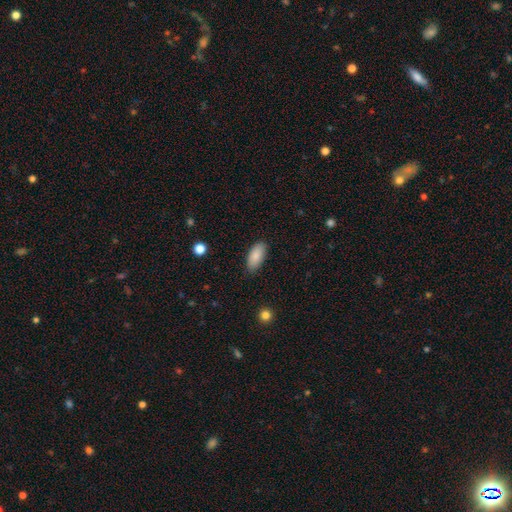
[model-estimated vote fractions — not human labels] Smooth or featured: smooth — 88% (star or artifact — 6%)
How rounded: in between — 89% (cigar-shaped — 9%)
Merging: none — 85% (minor disturbance — 12%)